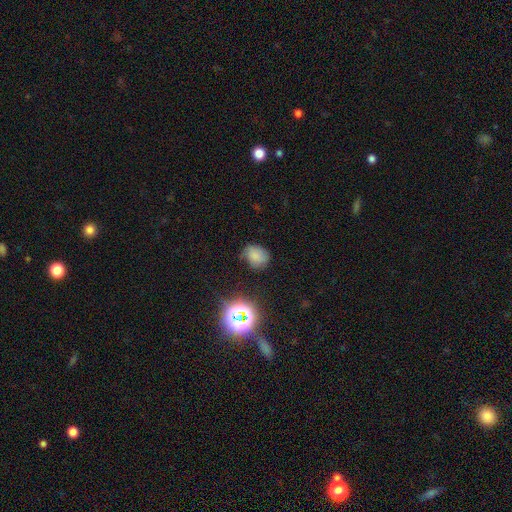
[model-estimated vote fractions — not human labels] smooth_or_featured: smooth (p=0.72) [alt: star or artifact p=0.19]
how_rounded: in between (p=0.50) [alt: round p=0.49]
merging: none (p=0.62) [alt: minor disturbance p=0.28]